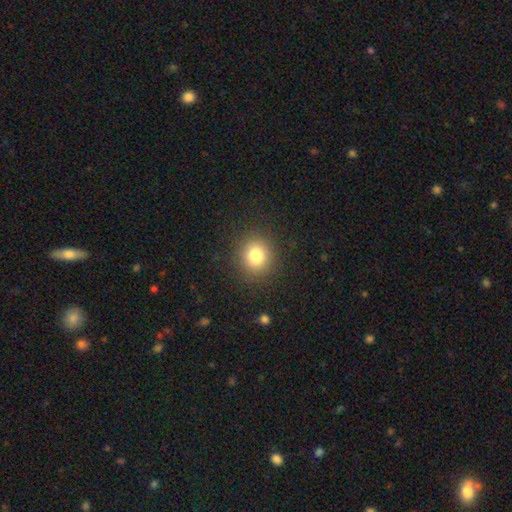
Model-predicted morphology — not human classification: Q: Smooth or featured?
A: smooth (80%); runner-up: star or artifact (12%)
Q: How rounded?
A: round (86%); runner-up: in between (13%)
Q: Merging?
A: none (90%); runner-up: minor disturbance (6%)